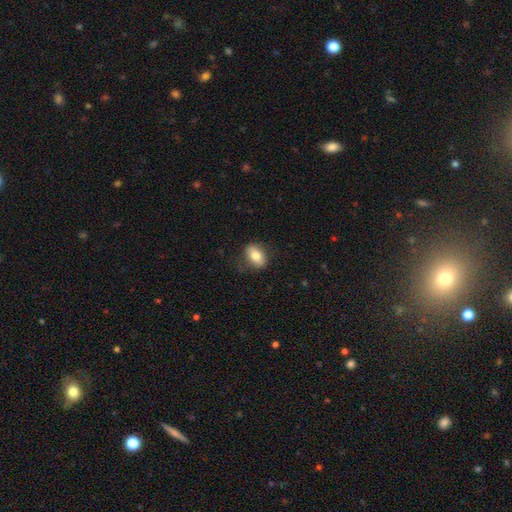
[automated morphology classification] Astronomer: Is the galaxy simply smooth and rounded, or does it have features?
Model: smooth — 79%.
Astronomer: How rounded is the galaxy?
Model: in between — 83%.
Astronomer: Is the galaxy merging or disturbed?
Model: none — 77%.